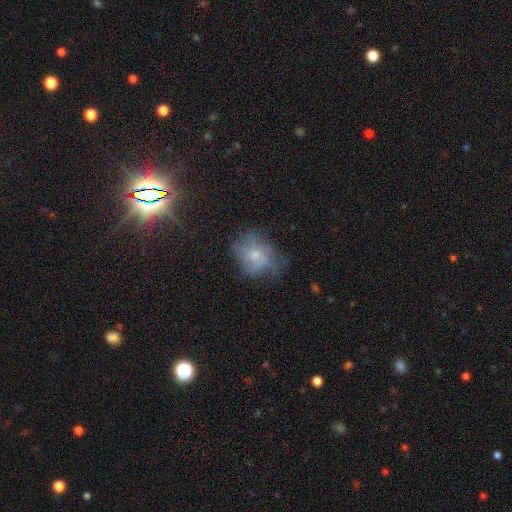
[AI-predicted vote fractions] Overall: featured or disk (46%; smooth 37%). Merging: none (50%; minor disturbance 25%).